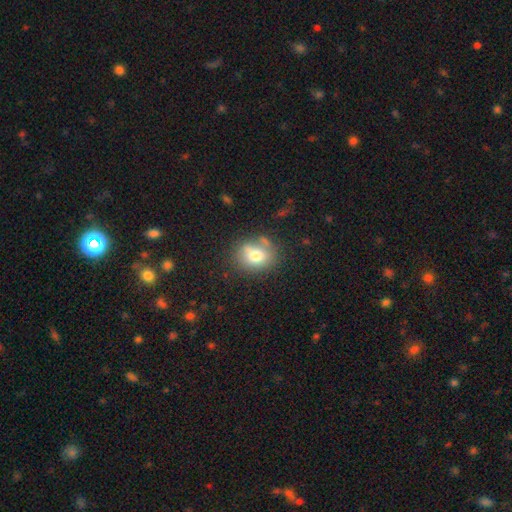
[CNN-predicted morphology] Smooth or featured? Predicted: smooth (p=0.74). How rounded? Predicted: round (p=0.57). Merging? Predicted: none (p=0.61).